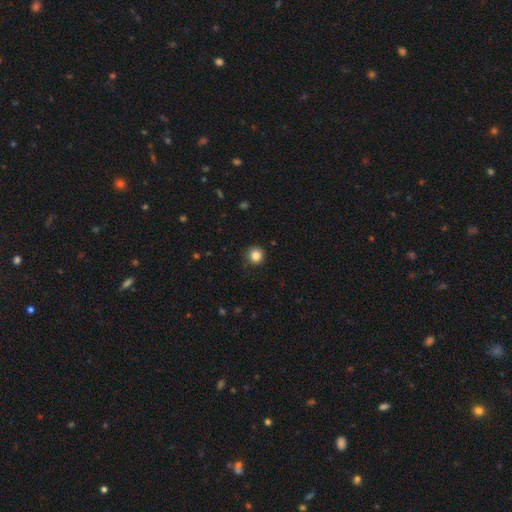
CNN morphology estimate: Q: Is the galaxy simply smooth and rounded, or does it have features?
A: smooth — 84%.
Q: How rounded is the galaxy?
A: round — 94%.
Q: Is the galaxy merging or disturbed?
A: none — 88%.